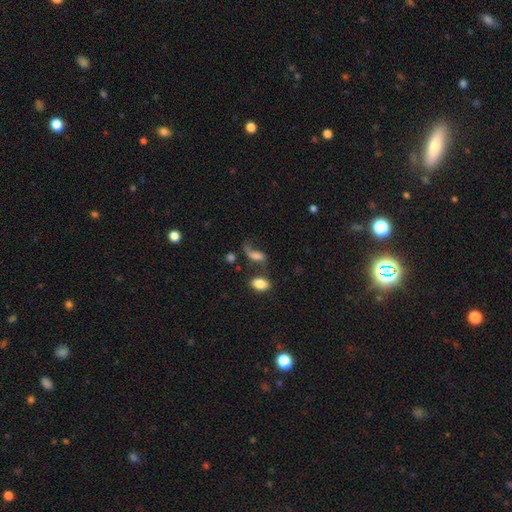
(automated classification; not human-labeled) Smooth or featured?
  - smooth: 50% *
  - featured or disk: 37%
  - star or artifact: 14%
Merging?
  - none: 38% *
  - major disturbance: 26%
  - merger: 19%
  - minor disturbance: 18%